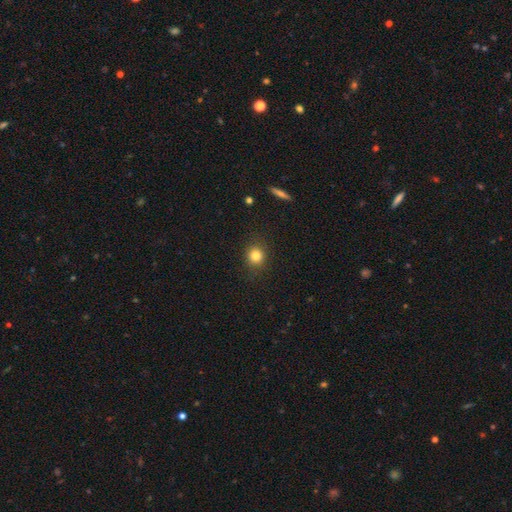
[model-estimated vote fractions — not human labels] smooth_or_featured: smooth (p=0.82) [alt: star or artifact p=0.12]
how_rounded: round (p=0.84) [alt: in between p=0.14]
merging: none (p=0.87) [alt: minor disturbance p=0.09]